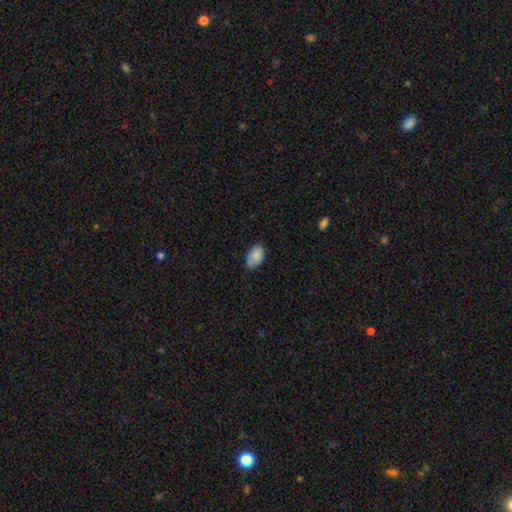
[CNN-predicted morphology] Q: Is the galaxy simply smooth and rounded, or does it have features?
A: smooth — 86%.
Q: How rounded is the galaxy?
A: in between — 93%.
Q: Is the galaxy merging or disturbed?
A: none — 70%.